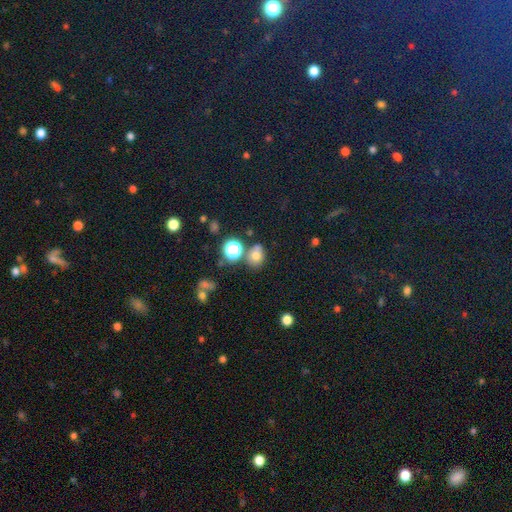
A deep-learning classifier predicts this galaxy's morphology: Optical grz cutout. It shows a smooth galaxy with no disk features (69%) that is round (62%). Merging: none (66%).